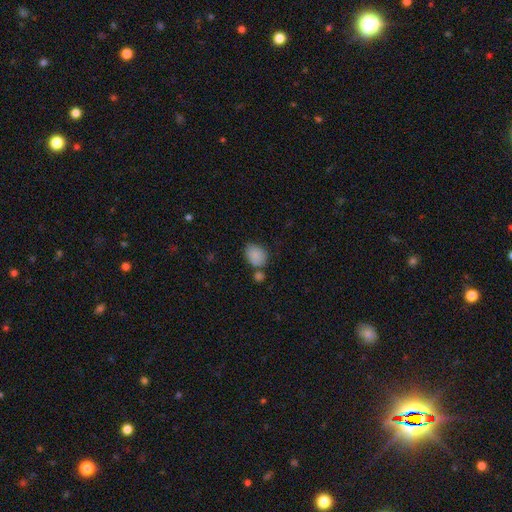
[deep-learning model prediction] smooth-or-featured: smooth: 86% | star or artifact: 8% | featured or disk: 6%
  how-rounded: in between: 60% | round: 39% | cigar-shaped: 1%
  merging: none: 59% | merger: 18% | minor disturbance: 18% | major disturbance: 5%